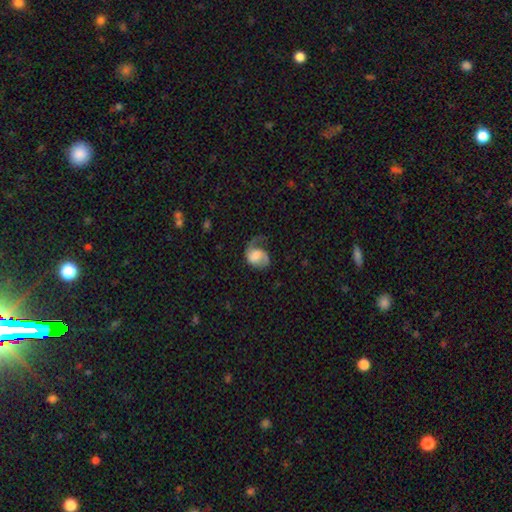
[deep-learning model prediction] This appears to be a featured or disk galaxy (62%) with no bar (55%), 1 (49%) loose (44%) spiral arms (90%) and a large central bulge (27%). Merging: major disturbance (41%).